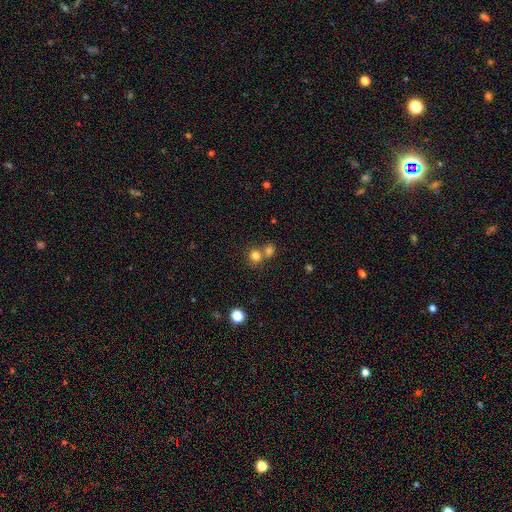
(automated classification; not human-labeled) smooth 78%, star or artifact 14%, featured or disk 8%. Down the decision tree: how rounded — round (86%); merging — none (51%).